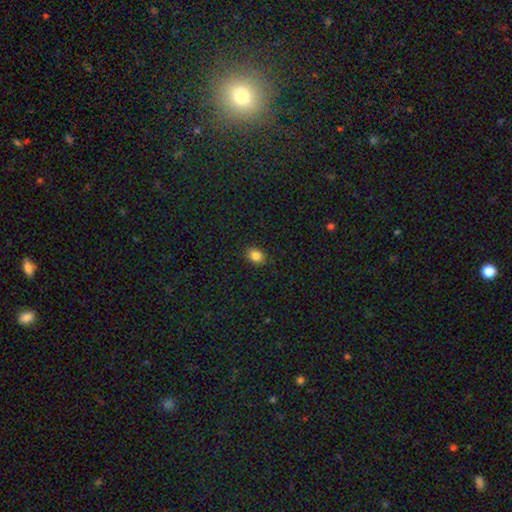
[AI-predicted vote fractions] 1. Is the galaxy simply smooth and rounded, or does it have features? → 85% smooth, 10% star or artifact, 5% featured or disk.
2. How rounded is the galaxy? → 60% in between, 39% round, 1% cigar-shaped.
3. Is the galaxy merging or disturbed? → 88% none, 9% minor disturbance, 2% major disturbance, 1% merger.